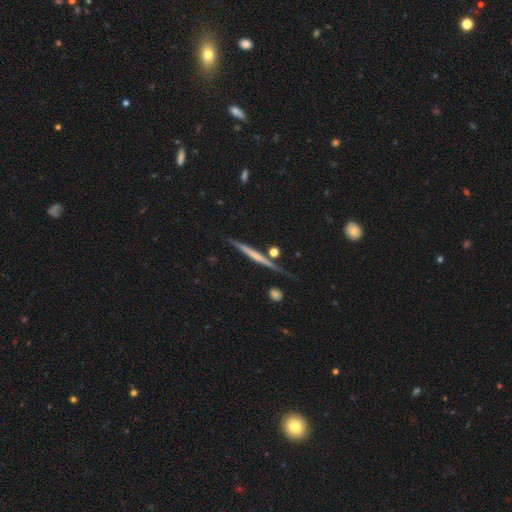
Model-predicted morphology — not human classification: Smooth or featured? featured or disk (61%)
Edge-on disk? yes (97%)
Edge-on bulge? none (72%)
Merging? none (81%)